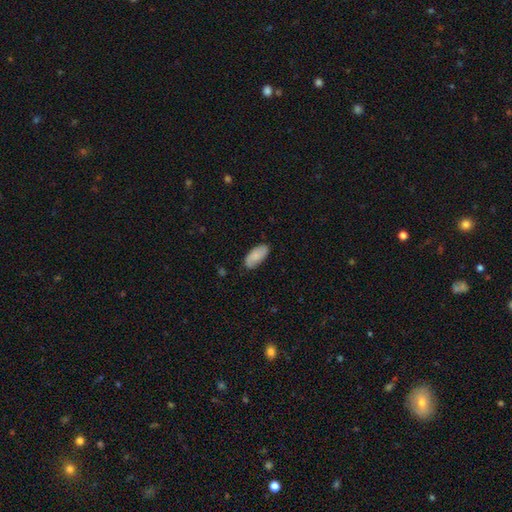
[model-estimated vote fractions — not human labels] smooth-or-featured: smooth: 74% | featured or disk: 20% | star or artifact: 6%
  how-rounded: in between: 91% | cigar-shaped: 7% | round: 2%
  merging: none: 82% | minor disturbance: 14% | major disturbance: 3% | merger: 1%